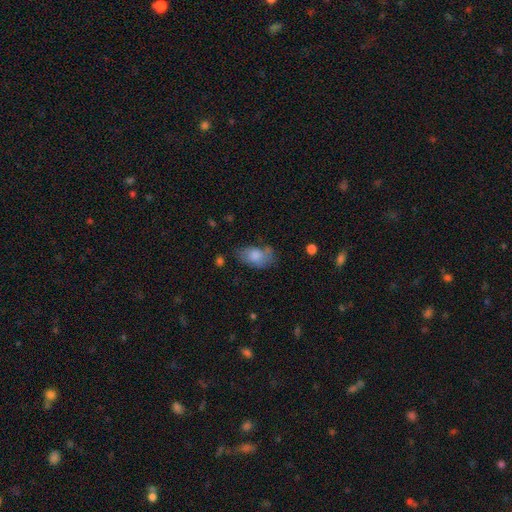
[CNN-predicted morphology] This is likely a smooth galaxy (76%). How rounded: clearly in between (89%). Merging: possibly none (47%).